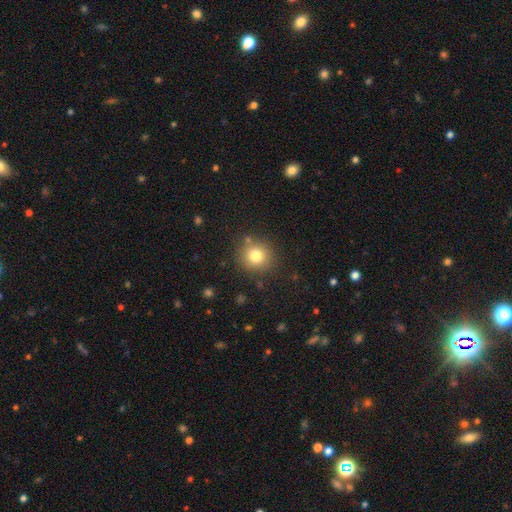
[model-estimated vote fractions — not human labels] A smooth galaxy with no disk features (79%) that is round (88%).

Vote fractions:
- Smooth or featured? smooth: 79% / star or artifact: 12% / featured or disk: 9%
- How rounded? round: 88% / in between: 11% / cigar-shaped: 1%
- Merging? none: 84% / minor disturbance: 9% / merger: 4% / major disturbance: 3%